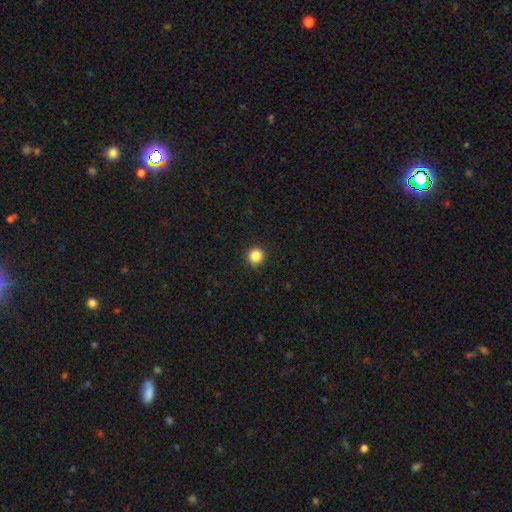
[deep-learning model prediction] smooth 86%, star or artifact 11%, featured or disk 3%. Down the decision tree: how rounded — round (95%); merging — none (91%).